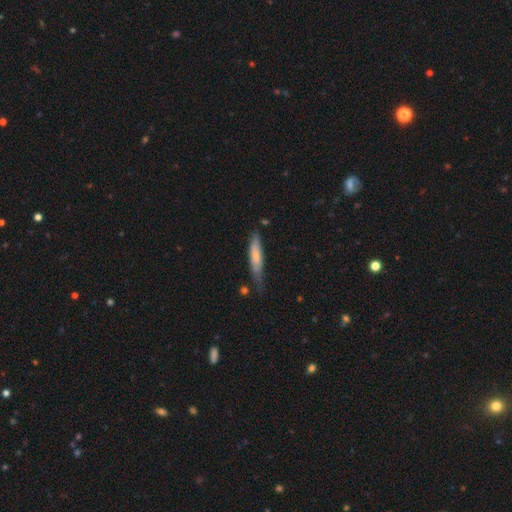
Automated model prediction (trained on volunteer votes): smooth 65%, featured or disk 30%, star or artifact 6%. Down the decision tree: how rounded — cigar-shaped (86%); merging — none (60%).